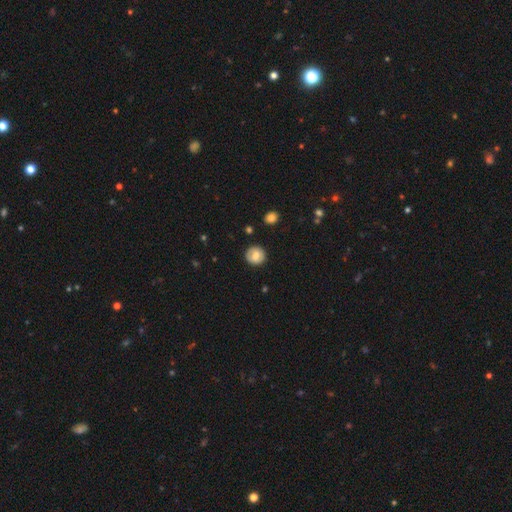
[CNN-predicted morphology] smooth_or_featured: smooth (p=0.65) [alt: featured or disk p=0.27]
how_rounded: round (p=0.89) [alt: in between p=0.10]
merging: none (p=0.86) [alt: minor disturbance p=0.09]